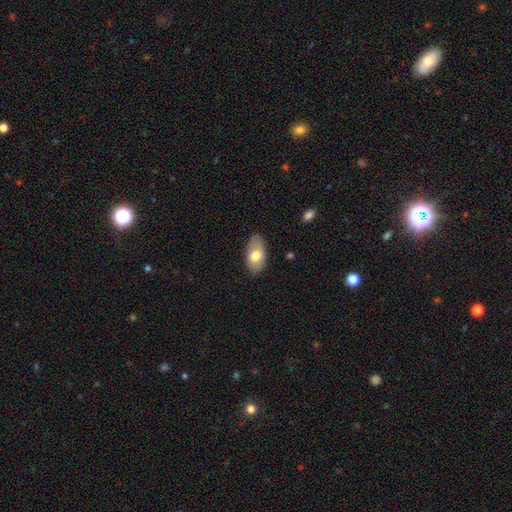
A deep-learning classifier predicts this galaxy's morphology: Overall: smooth (72%). How rounded: in between (93%). Merging: none (81%).